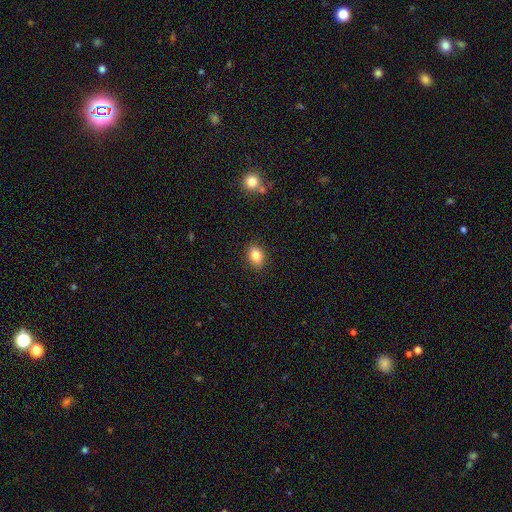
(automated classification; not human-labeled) Overall: smooth (83%). How rounded: in between (68%; round 31%). Merging: none (89%).